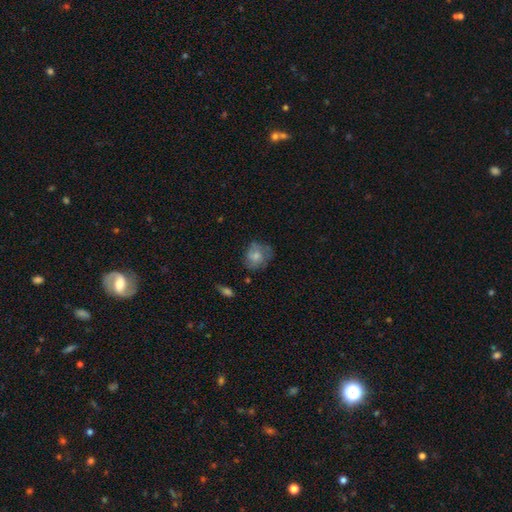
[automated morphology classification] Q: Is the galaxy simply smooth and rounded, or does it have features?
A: smooth — 62%.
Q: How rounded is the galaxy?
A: round — 67%.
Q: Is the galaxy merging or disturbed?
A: none — 56%.